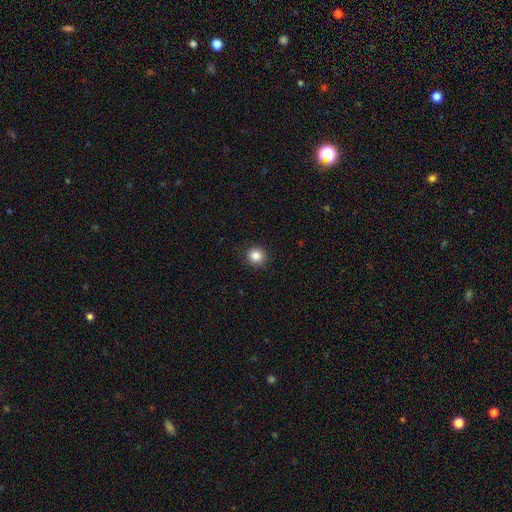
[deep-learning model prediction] A smooth galaxy with no disk features (85%) that is round (90%).

Vote fractions:
- Smooth or featured? smooth: 85% / star or artifact: 10% / featured or disk: 4%
- How rounded? round: 90% / in between: 9% / cigar-shaped: 1%
- Merging? none: 91% / minor disturbance: 6% / major disturbance: 2% / merger: 1%